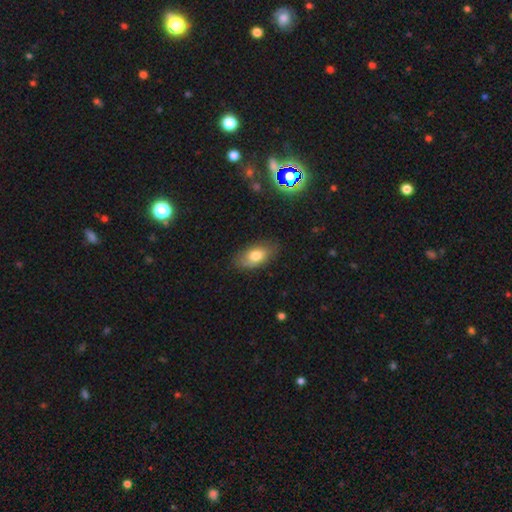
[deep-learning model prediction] Smooth or featured? Predicted: smooth (p=0.75). How rounded? Predicted: in between (p=0.91). Merging? Predicted: none (p=0.79).